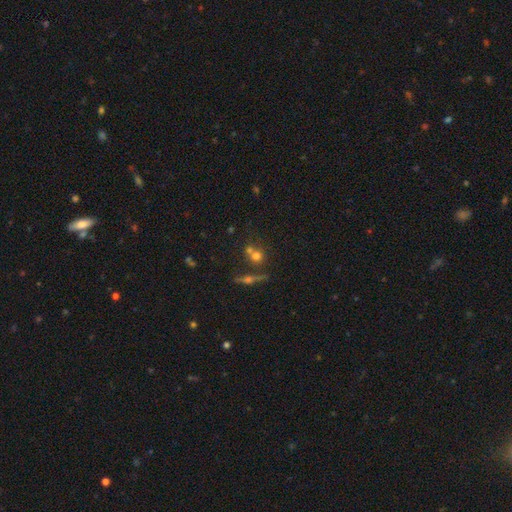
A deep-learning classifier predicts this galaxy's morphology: A smooth galaxy with no disk features (58%) that is round (81%). Merging: none (47%).